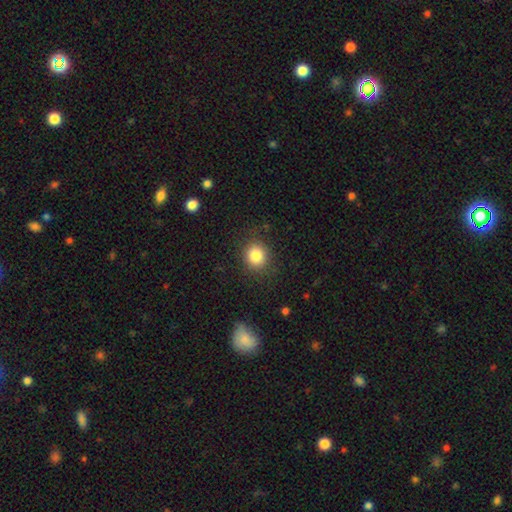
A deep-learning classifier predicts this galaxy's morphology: Q: Smooth or featured?
A: smooth (83%); runner-up: star or artifact (10%)
Q: How rounded?
A: round (82%); runner-up: in between (17%)
Q: Merging?
A: none (86%); runner-up: minor disturbance (9%)